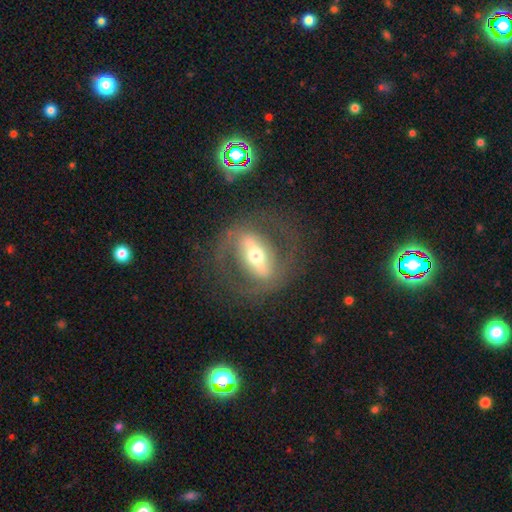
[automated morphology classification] Q: Smooth or featured?
A: featured or disk (76%); runner-up: smooth (18%)
Q: Edge-on disk?
A: no (78%); runner-up: yes (22%)
Q: Bar?
A: strong (75%); runner-up: weak (15%)
Q: Spiral arms?
A: no (62%); runner-up: yes (38%)
Q: Bulge size?
A: moderate (65%); runner-up: small (18%)
Q: Merging?
A: none (78%); runner-up: minor disturbance (11%)